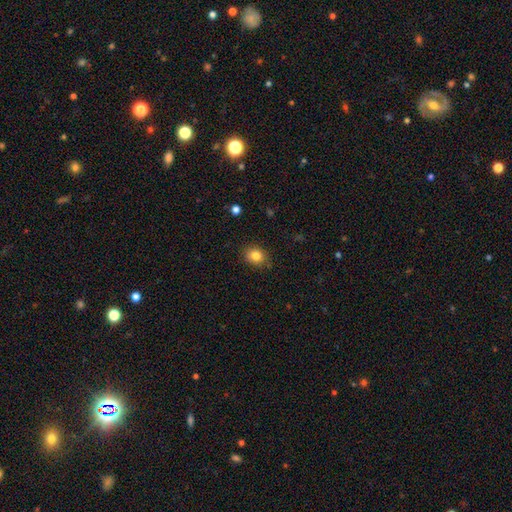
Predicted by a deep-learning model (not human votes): Smooth or featured? Predicted: smooth (p=0.82). How rounded? Predicted: round (p=0.56). Merging? Predicted: none (p=0.84).